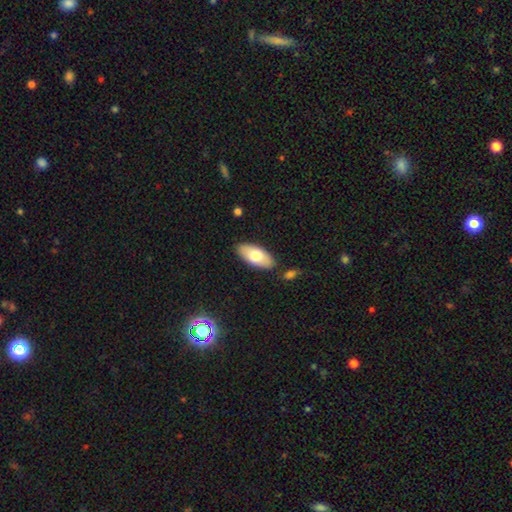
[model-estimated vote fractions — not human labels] This is likely a smooth galaxy (73%). How rounded: clearly in between (90%). Merging: clearly none (85%).